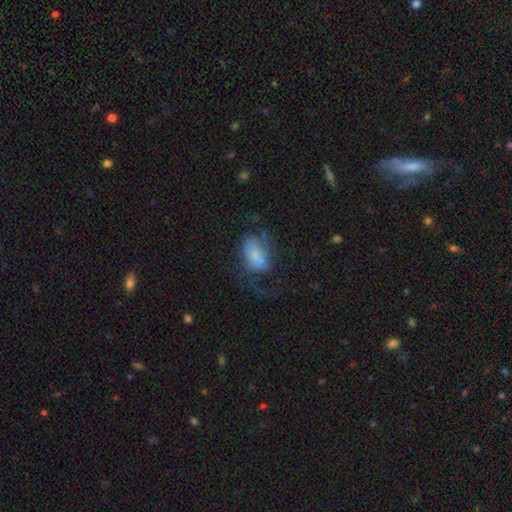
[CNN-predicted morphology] Smooth or featured: featured or disk — 49% (smooth — 41%)
Merging: major disturbance — 42% (none — 31%)